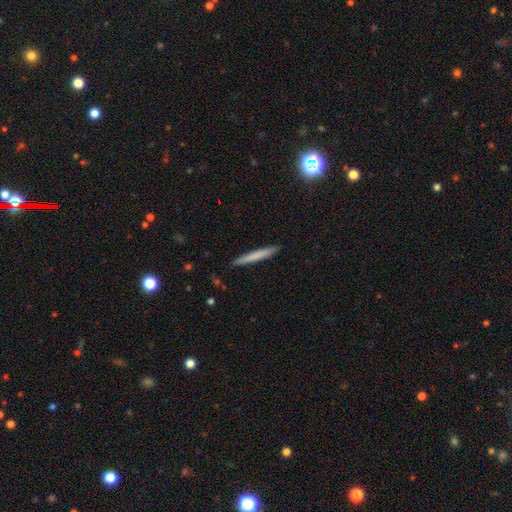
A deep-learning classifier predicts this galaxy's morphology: Overall: smooth (73%). How rounded: cigar-shaped (97%). Merging: none (91%).